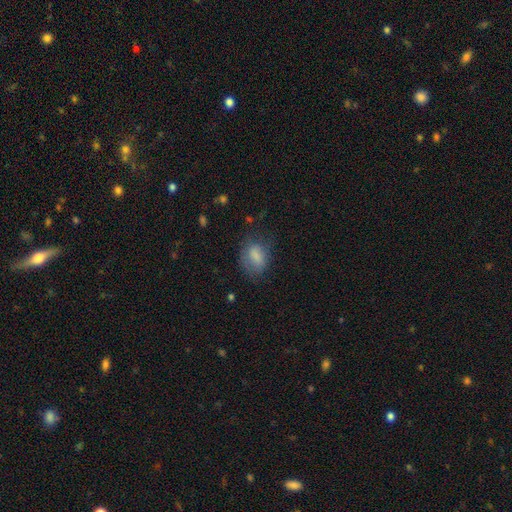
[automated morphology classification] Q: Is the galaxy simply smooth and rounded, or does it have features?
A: smooth — 77%.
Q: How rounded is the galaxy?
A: in between — 74%.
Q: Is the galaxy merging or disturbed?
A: none — 58%.